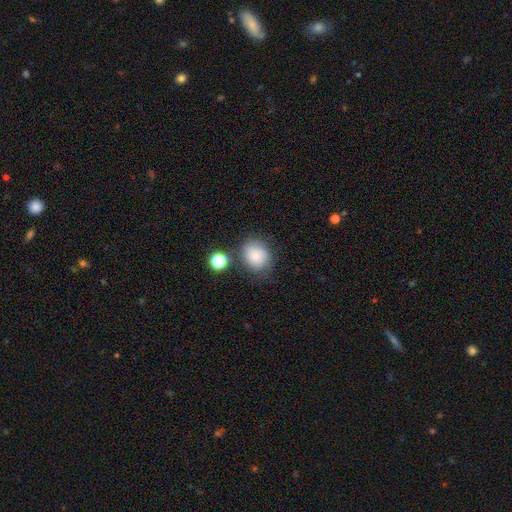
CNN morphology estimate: Smooth or featured? Predicted: smooth (p=0.80). How rounded? Predicted: round (p=0.66). Merging? Predicted: none (p=0.68).